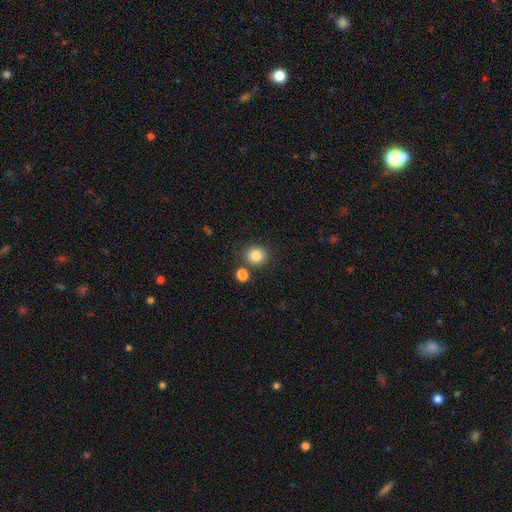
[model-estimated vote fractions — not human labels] Overall: smooth (85%). How rounded: round (85%). Merging: none (78%).